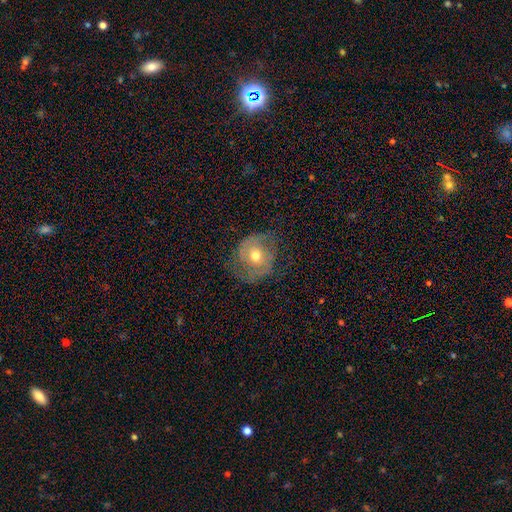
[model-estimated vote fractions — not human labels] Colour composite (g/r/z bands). It shows a featured or disk galaxy (56%) with no bar (72%), spiral arms (60%) and a moderate central bulge (76%). Merging: none (61%).